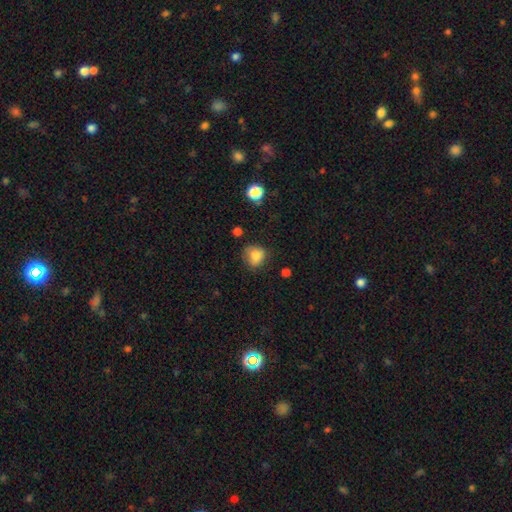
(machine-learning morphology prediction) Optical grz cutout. It shows a smooth galaxy with no disk features (84%) that is round (71%). Merging: none (64%).